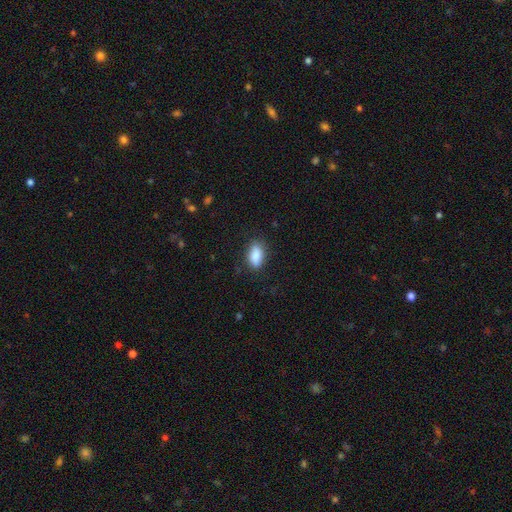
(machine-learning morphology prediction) type=smooth (87%); roundness=in between (86%); merging=none (82%).